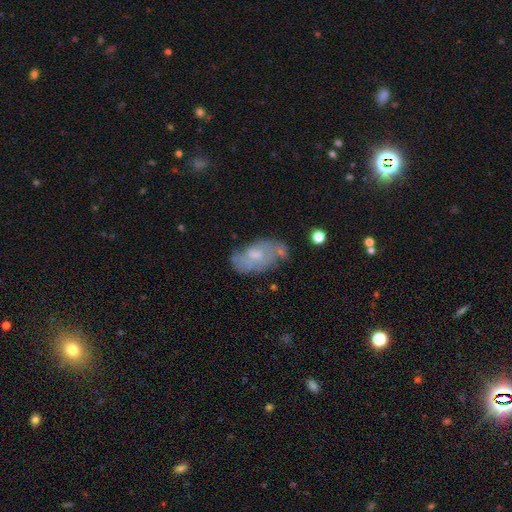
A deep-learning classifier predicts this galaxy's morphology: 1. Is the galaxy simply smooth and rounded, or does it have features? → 52% featured or disk, 40% smooth, 8% star or artifact.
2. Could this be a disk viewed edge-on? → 93% no, 7% yes.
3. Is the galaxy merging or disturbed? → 54% none, 28% minor disturbance, 11% major disturbance, 7% merger.